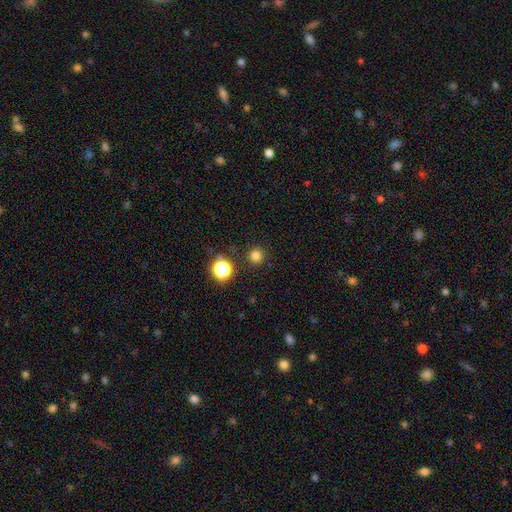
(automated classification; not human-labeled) Smooth or featured? Predicted: smooth (p=0.78). How rounded? Predicted: round (p=0.95). Merging? Predicted: none (p=0.90).